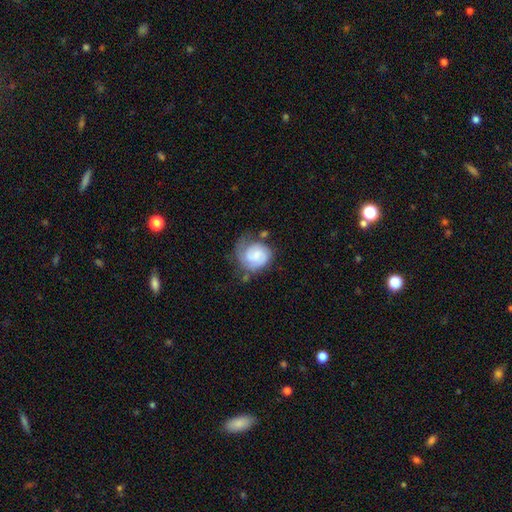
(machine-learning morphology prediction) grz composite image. It shows a featured or disk galaxy (57%) with no bar (60%), spiral arms (89%) and a small central bulge (48%). Merging: none (43%).